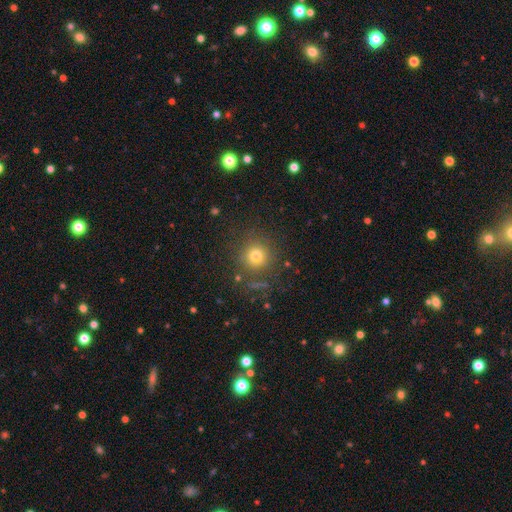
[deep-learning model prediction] Q: Smooth or featured?
A: smooth (74%); runner-up: star or artifact (17%)
Q: How rounded?
A: round (94%); runner-up: in between (5%)
Q: Merging?
A: none (84%); runner-up: minor disturbance (9%)